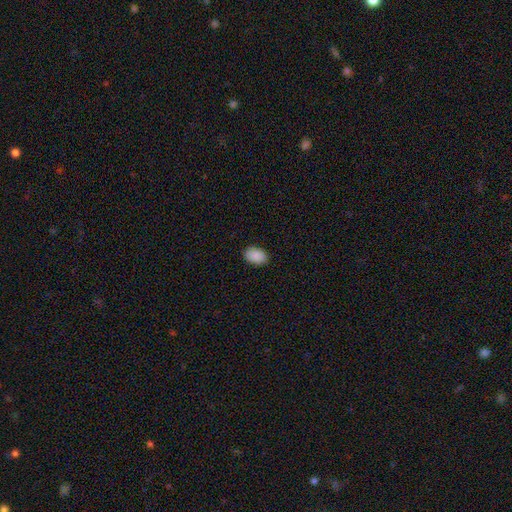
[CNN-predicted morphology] This is clearly a smooth galaxy (90%). How rounded: clearly in between (86%). Merging: clearly none (88%).